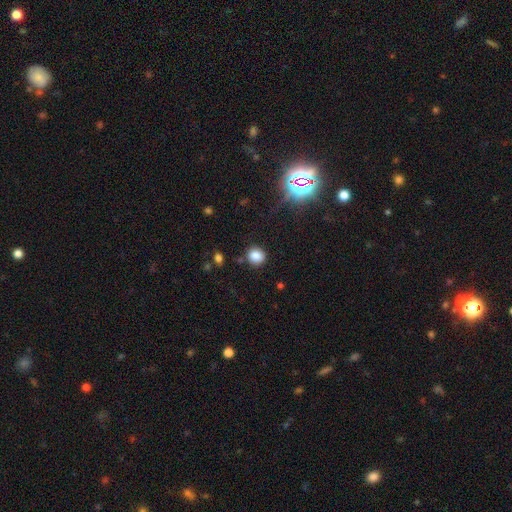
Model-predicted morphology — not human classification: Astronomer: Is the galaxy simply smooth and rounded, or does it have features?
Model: smooth — 82%.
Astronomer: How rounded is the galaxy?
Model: round — 85%.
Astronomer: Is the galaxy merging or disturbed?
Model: none — 83%.